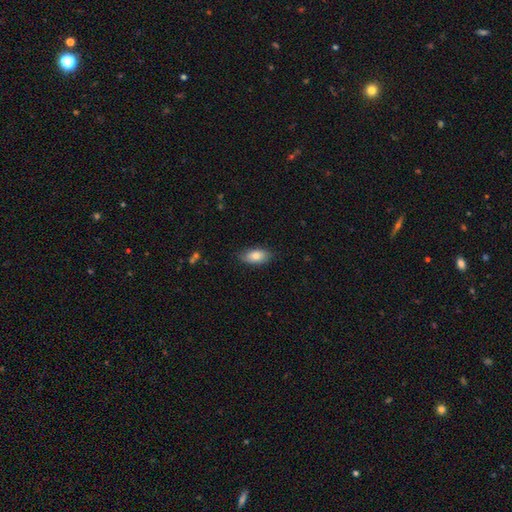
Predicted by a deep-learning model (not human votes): Overall: smooth (80%). How rounded: in between (91%). Merging: none (81%).